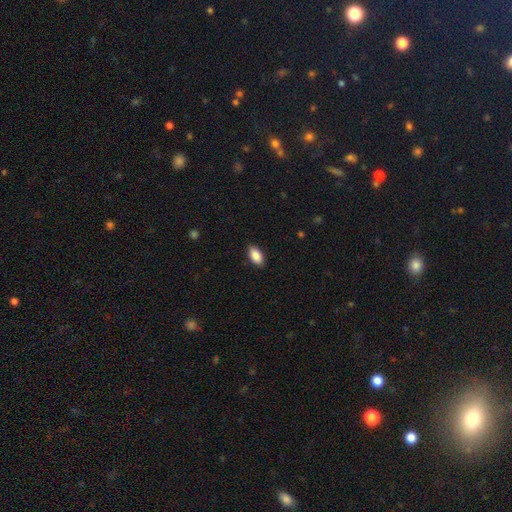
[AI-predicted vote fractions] A smooth galaxy with no disk features (89%) that is in between round and cigar-shaped (94%). Merging: none (89%).